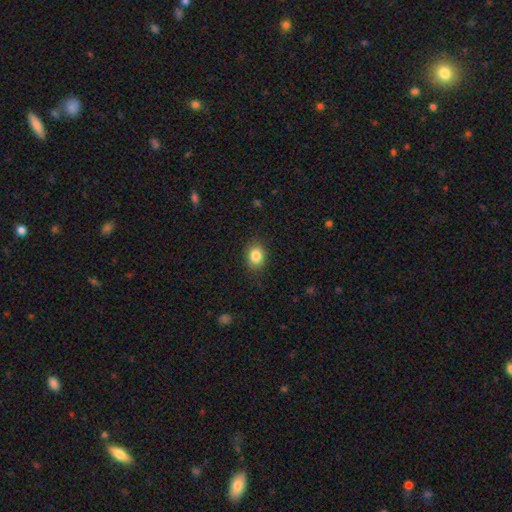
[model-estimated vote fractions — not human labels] Smooth or featured? Predicted: smooth (p=0.85). How rounded? Predicted: in between (p=0.52). Merging? Predicted: none (p=0.87).